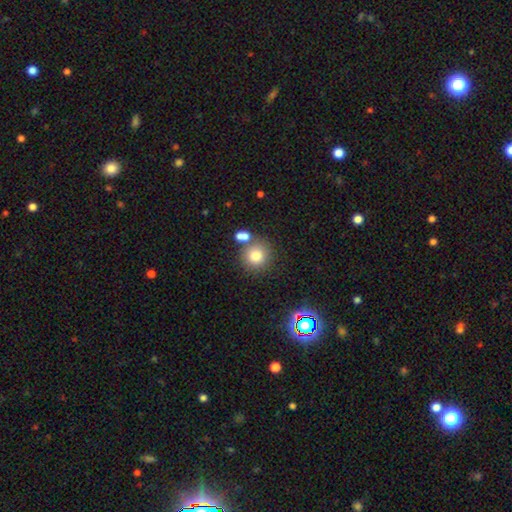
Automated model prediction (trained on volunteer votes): smooth-or-featured: smooth: 79% | star or artifact: 12% | featured or disk: 9%
  how-rounded: round: 89% | in between: 10% | cigar-shaped: 1%
  merging: none: 69% | merger: 17% | minor disturbance: 10% | major disturbance: 4%